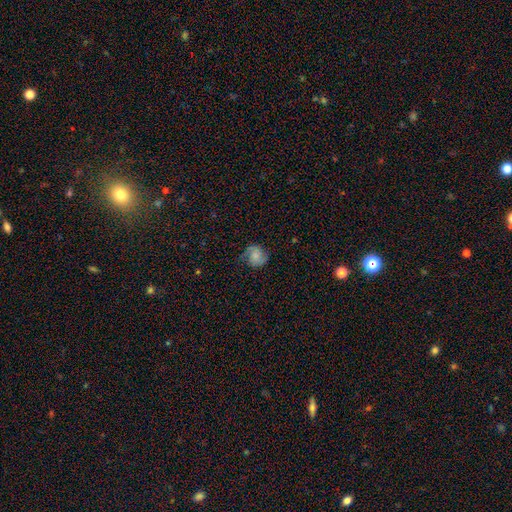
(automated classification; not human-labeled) smooth_or_featured: featured or disk (p=0.51) [alt: smooth p=0.40]
disk_edge_on: no (p=0.97) [alt: yes p=0.03]
merging: none (p=0.69) [alt: minor disturbance p=0.21]